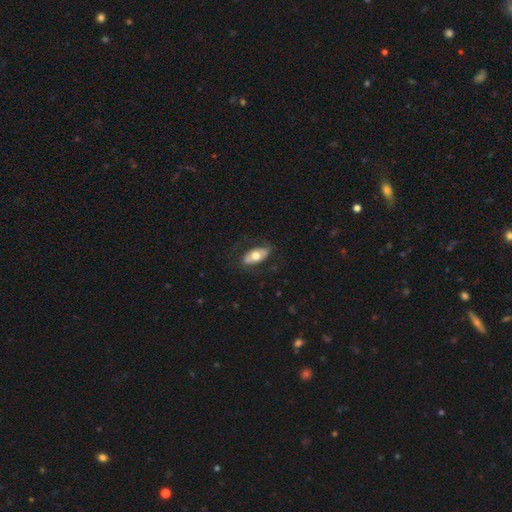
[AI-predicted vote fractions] smooth_or_featured: smooth (p=0.58) [alt: featured or disk p=0.36]
how_rounded: in between (p=0.89) [alt: cigar-shaped p=0.07]
merging: none (p=0.77) [alt: minor disturbance p=0.15]